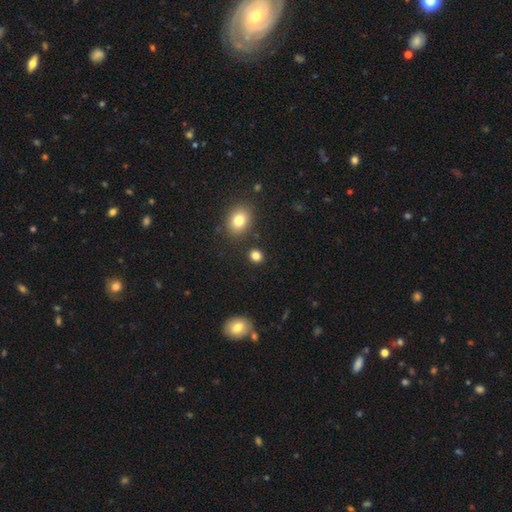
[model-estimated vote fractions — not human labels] Smooth or featured: smooth — 83% (star or artifact — 12%)
How rounded: round — 73% (in between — 26%)
Merging: none — 86% (minor disturbance — 7%)